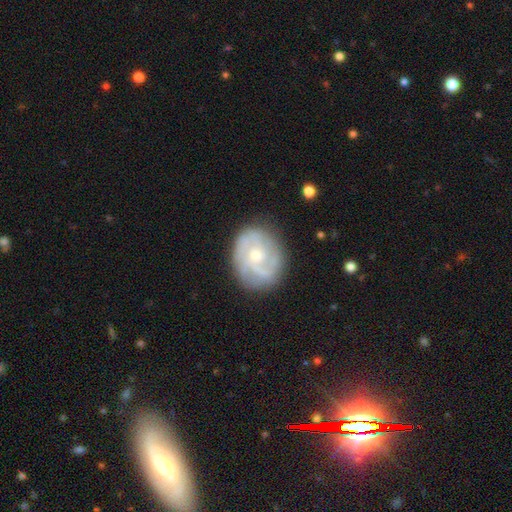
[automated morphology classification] The model was most divided on "spiral arm count": 2: 29%, can't tell: 28%, 3: 26%, 4: 8%, 1: 5%, more than 4: 5%. More confident: edge-on disk — no (98%); spiral arms — yes (91%); merging — none (78%); smooth or featured — featured or disk (78%); bar — no (71%); bulge size — small (57%); spiral winding — tight (52%).